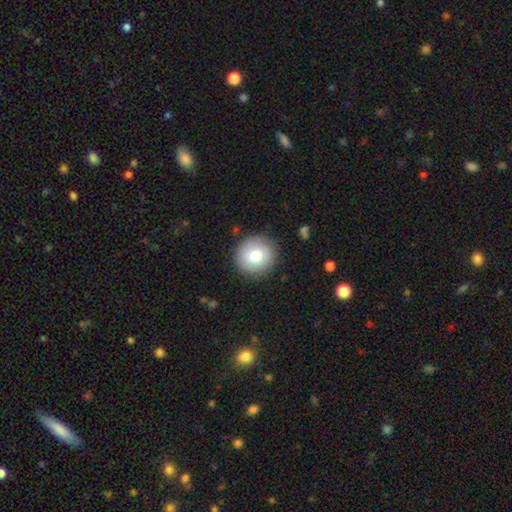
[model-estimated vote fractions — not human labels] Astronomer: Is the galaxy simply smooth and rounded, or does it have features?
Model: smooth — 78%.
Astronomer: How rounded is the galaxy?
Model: round — 92%.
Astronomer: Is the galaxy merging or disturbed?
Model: none — 88%.